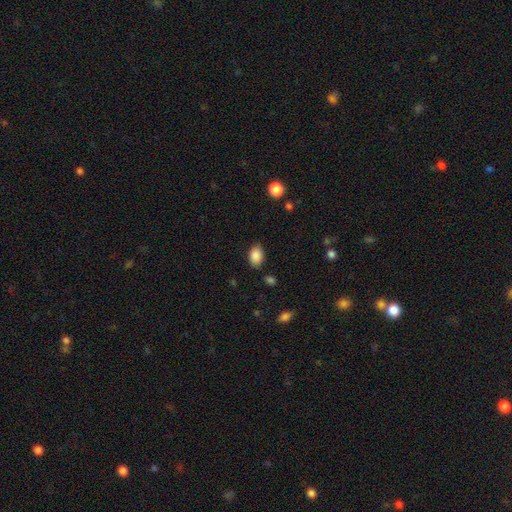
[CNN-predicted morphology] type=smooth (88%); roundness=in between (83%); merging=none (81%).